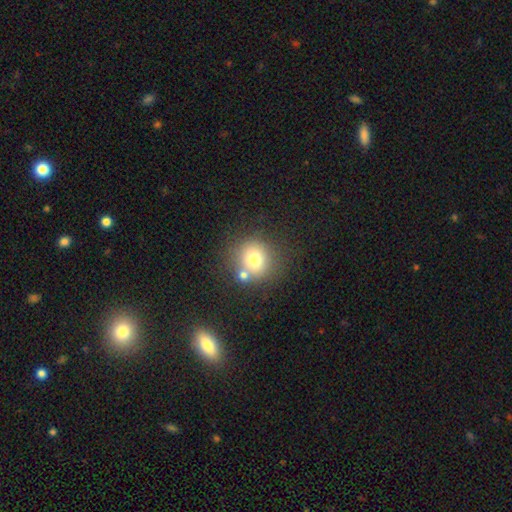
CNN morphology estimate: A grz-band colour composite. It shows a smooth galaxy with no disk features (73%) that is round (85%). Merging: none (67%).